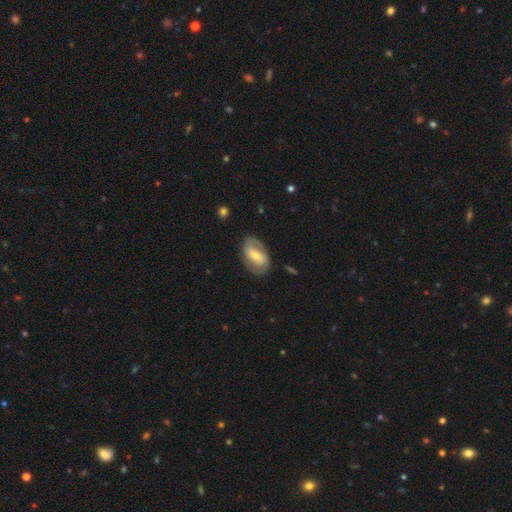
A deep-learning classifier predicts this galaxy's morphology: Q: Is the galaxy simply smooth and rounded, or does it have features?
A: featured or disk — 66%.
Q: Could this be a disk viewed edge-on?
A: no — 95%.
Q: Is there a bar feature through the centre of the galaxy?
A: weak — 42%.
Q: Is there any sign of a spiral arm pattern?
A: yes — 81%.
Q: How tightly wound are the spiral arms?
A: medium — 42%.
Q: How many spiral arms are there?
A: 2 — 81%.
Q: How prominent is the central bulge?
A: small — 45%.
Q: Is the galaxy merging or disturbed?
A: none — 78%.